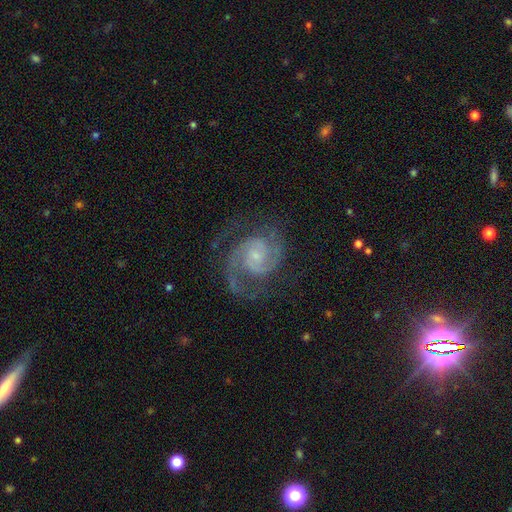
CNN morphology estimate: smooth-or-featured: featured or disk: 91% | star or artifact: 5% | smooth: 4%
  disk-edge-on: no: 98% | yes: 2%
    bar: no: 59% | weak: 34% | strong: 7%
    has-spiral-arms: yes: 98% | no: 2%
      spiral-winding: medium: 51% | tight: 41% | loose: 8%
      spiral-arm-count: 2: 86% | 3: 6% | can't tell: 3% | 1: 2% | 4: 2% | more than 4: 2%
    bulge-size: small: 70% | moderate: 20% | none: 8% | large: 2% | dominant: 1%
  merging: none: 75% | minor disturbance: 15% | major disturbance: 9% | merger: 1%